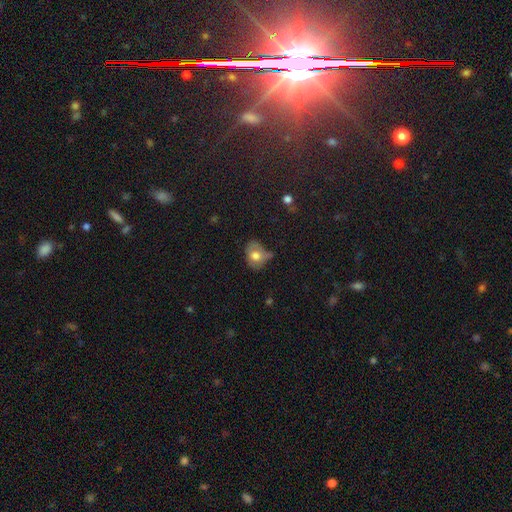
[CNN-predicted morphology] This is likely a smooth galaxy (67%). How rounded: possibly in between (55%). Merging: marginally minor disturbance (37%).